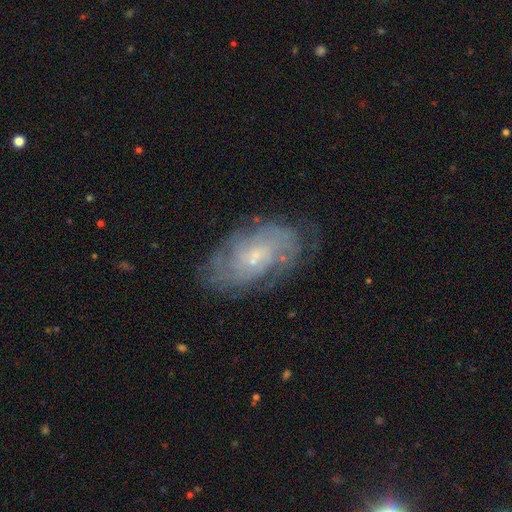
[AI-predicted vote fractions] Smooth or featured? featured or disk (75%)
Edge-on disk? no (95%)
Bar? no (62%)
Spiral arms? yes (89%)
Spiral winding? tight (64%)
Spiral arm count? can't tell (52%)
Bulge size? small (72%)
Merging? none (73%)